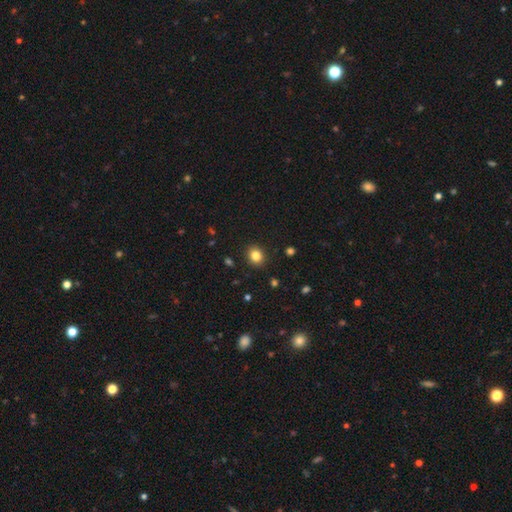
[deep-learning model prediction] Morphology: type=smooth (84%); roundness=round (71%); merging=none (90%).